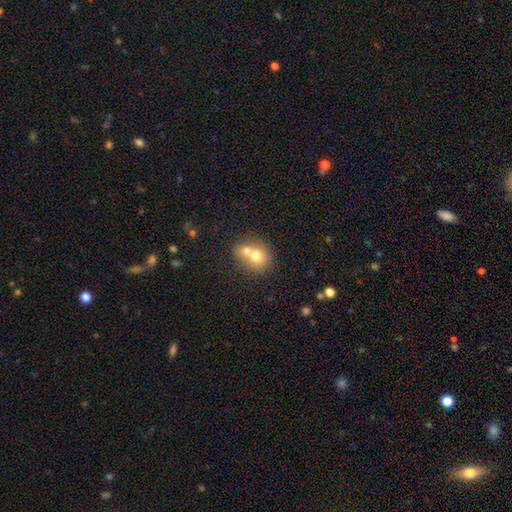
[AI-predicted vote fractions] A smooth galaxy with no disk features (68%) that is round (73%). Merging: merger (62%).